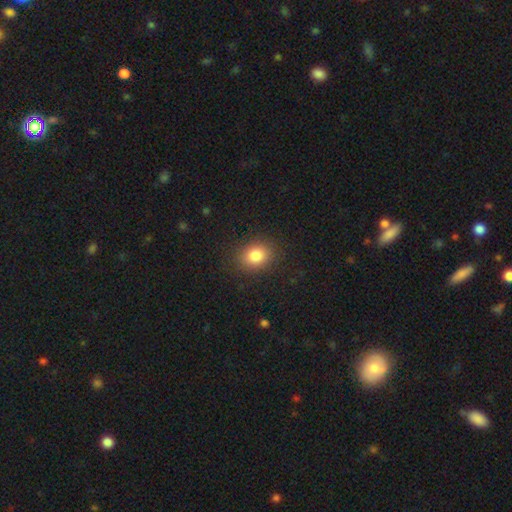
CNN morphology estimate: smooth_or_featured: smooth (p=0.84) [alt: star or artifact p=0.10]
how_rounded: round (p=0.53) [alt: in between p=0.46]
merging: none (p=0.87) [alt: minor disturbance p=0.09]